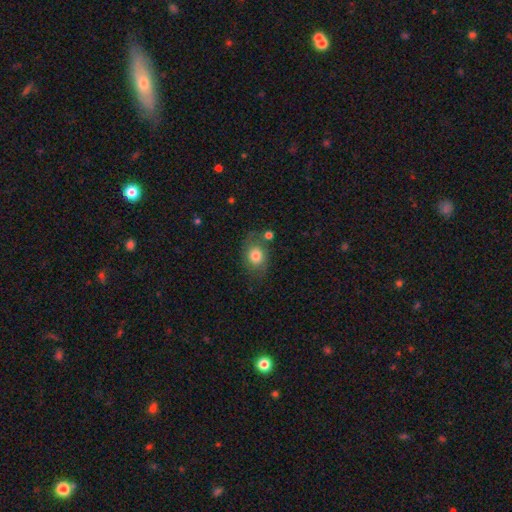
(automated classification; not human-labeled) Q: Smooth or featured?
A: smooth (73%); runner-up: featured or disk (18%)
Q: How rounded?
A: in between (56%); runner-up: round (43%)
Q: Merging?
A: none (61%); runner-up: minor disturbance (21%)